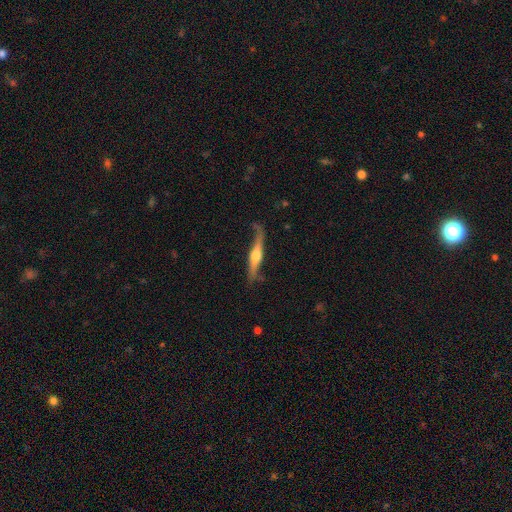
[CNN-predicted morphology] Smooth or featured? featured or disk (71%)
Edge-on disk? yes (88%)
Edge-on bulge? rounded (90%)
Merging? none (60%)